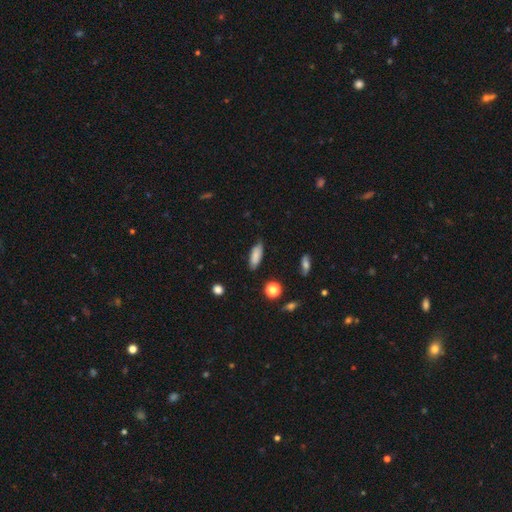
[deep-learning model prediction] This appears to be a smooth galaxy with no disk features (82%) that is in between round and cigar-shaped (71%). Merging: none (79%).